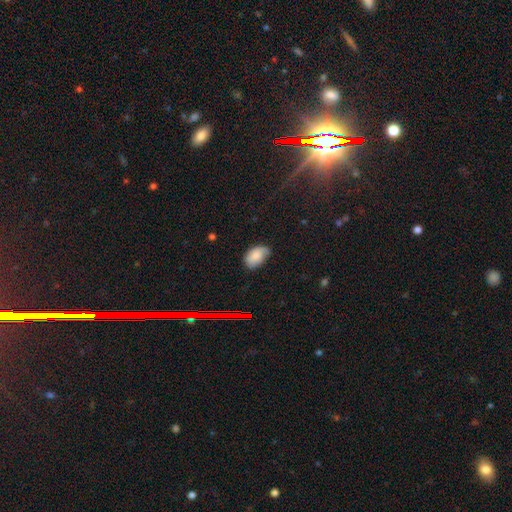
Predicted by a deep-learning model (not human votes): The model was most divided on "merging": none: 55%, minor disturbance: 34%, major disturbance: 8%, merger: 2%. More confident: how rounded — in between (87%); smooth or featured — smooth (68%).